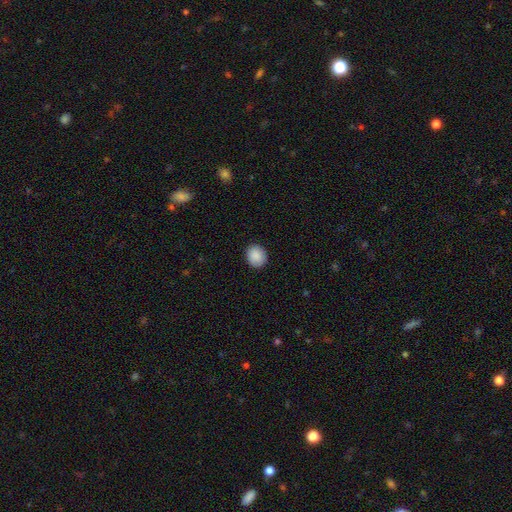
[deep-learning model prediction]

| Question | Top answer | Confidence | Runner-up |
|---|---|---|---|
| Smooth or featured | smooth | 90% | star or artifact (7%) |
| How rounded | round | 70% | in between (30%) |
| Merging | none | 90% | minor disturbance (7%) |